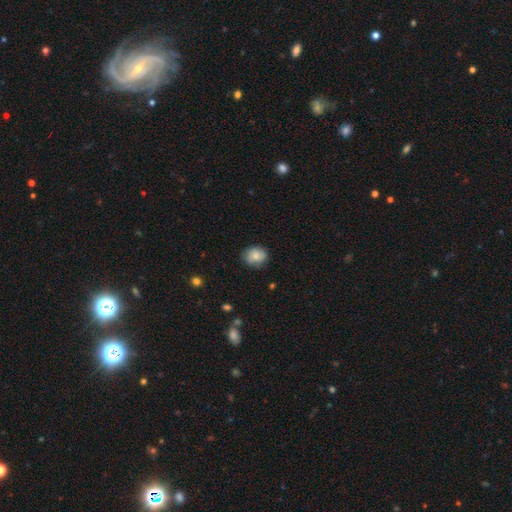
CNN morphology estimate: Smooth or featured?
  - smooth: 78% *
  - featured or disk: 14%
  - star or artifact: 8%
How rounded?
  - round: 62% *
  - in between: 37%
  - cigar-shaped: 1%
Merging?
  - none: 77% *
  - minor disturbance: 18%
  - major disturbance: 3%
  - merger: 1%